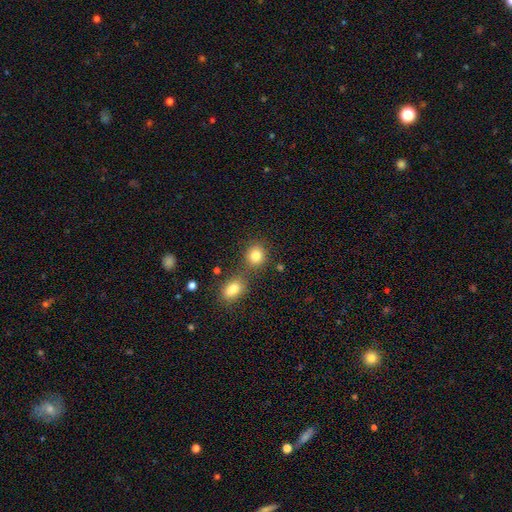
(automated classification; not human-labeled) This appears to be a smooth galaxy with no disk features (81%) that is round (79%). Merging: none (66%).